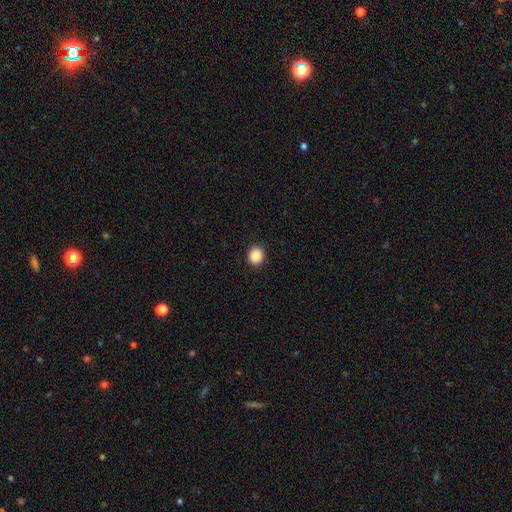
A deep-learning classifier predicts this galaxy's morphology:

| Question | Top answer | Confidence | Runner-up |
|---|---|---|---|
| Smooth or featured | smooth | 89% | star or artifact (9%) |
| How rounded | round | 75% | in between (25%) |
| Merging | none | 90% | minor disturbance (7%) |